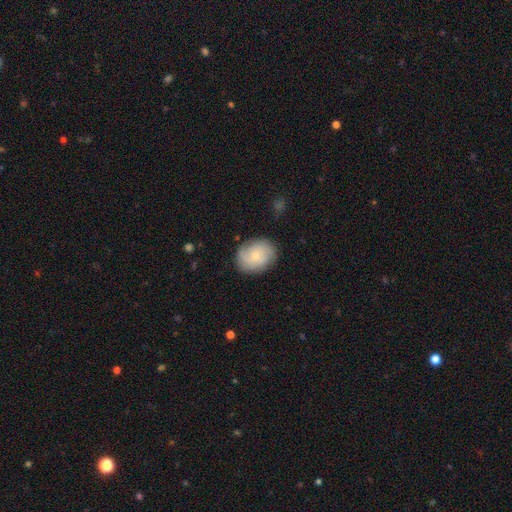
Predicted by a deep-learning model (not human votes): Morphology: type=smooth (54%); roundness=in between (55%); merging=none (79%).